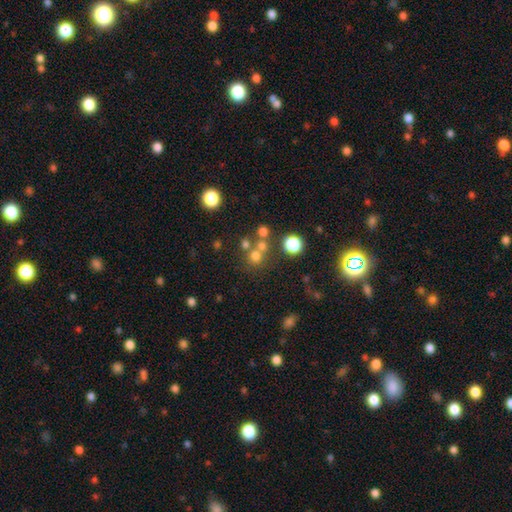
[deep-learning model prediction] The model was most divided on "merging": none: 57%, merger: 31%, minor disturbance: 8%, major disturbance: 4%. More confident: how rounded — round (88%); smooth or featured — smooth (64%).